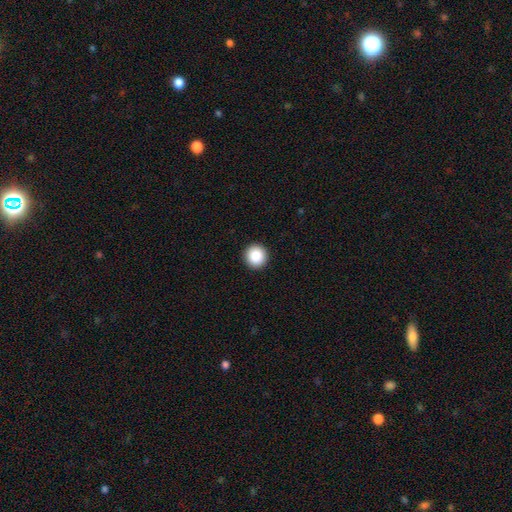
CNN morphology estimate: Q: Smooth or featured?
A: smooth (87%); runner-up: star or artifact (9%)
Q: How rounded?
A: round (94%); runner-up: in between (5%)
Q: Merging?
A: none (93%); runner-up: minor disturbance (4%)